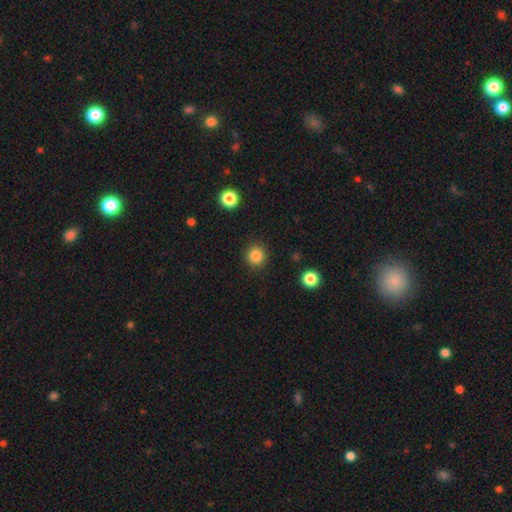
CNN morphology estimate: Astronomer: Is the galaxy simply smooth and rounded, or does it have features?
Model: smooth — 85%.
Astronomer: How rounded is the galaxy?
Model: round — 94%.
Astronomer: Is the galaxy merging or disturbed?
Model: none — 91%.